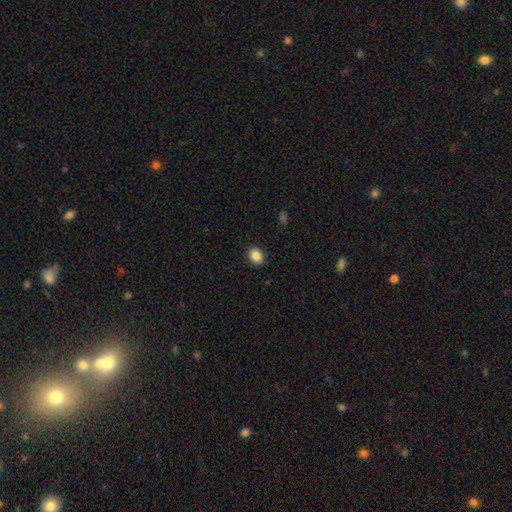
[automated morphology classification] smooth 87%, star or artifact 9%, featured or disk 4%. Down the decision tree: how rounded — in between (59%); merging — none (90%).